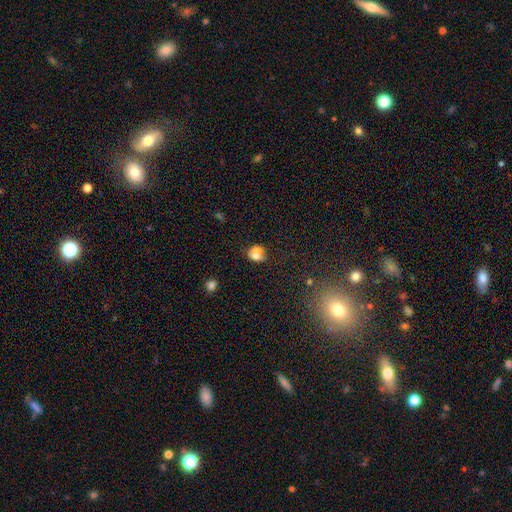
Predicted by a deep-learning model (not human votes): Morphology: type=smooth (66%); roundness=round (55%); merging=merger (50%).